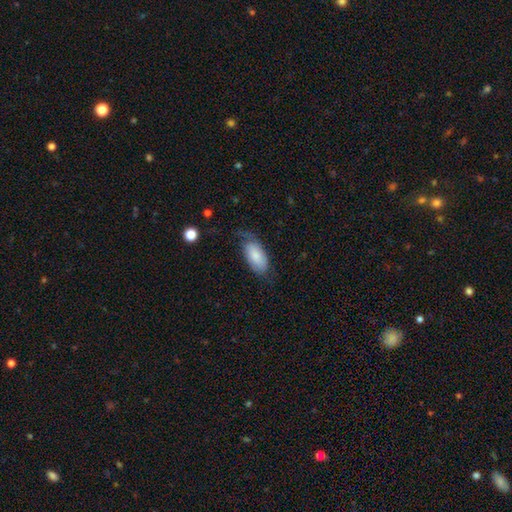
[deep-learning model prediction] smooth 74%, featured or disk 20%, star or artifact 6%. Down the decision tree: how rounded — in between (93%); merging — none (51%).